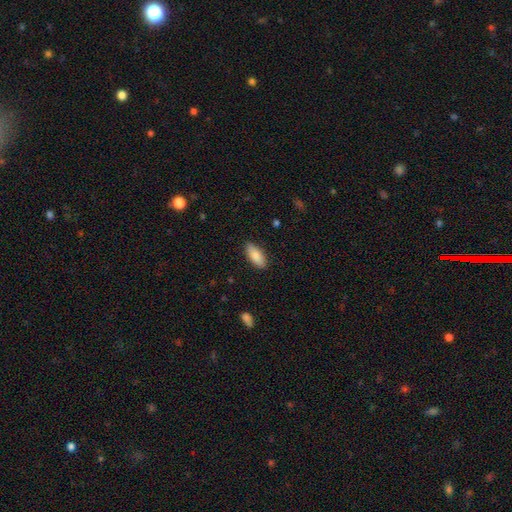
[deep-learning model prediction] smooth 84%, featured or disk 10%, star or artifact 6%. Down the decision tree: how rounded — in between (83%); merging — none (88%).